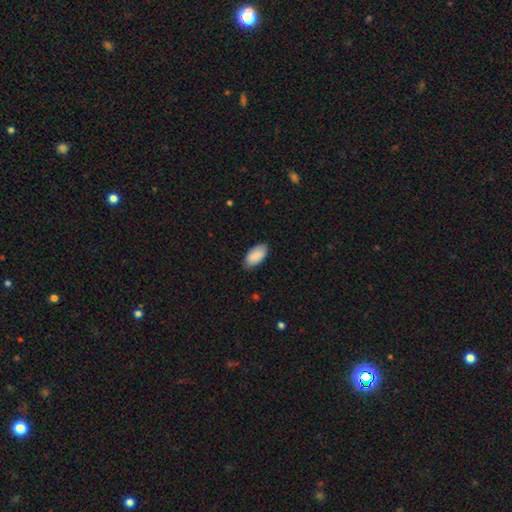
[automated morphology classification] Smooth or featured: smooth — 89% (star or artifact — 6%)
How rounded: in between — 95% (cigar-shaped — 3%)
Merging: none — 81% (minor disturbance — 16%)